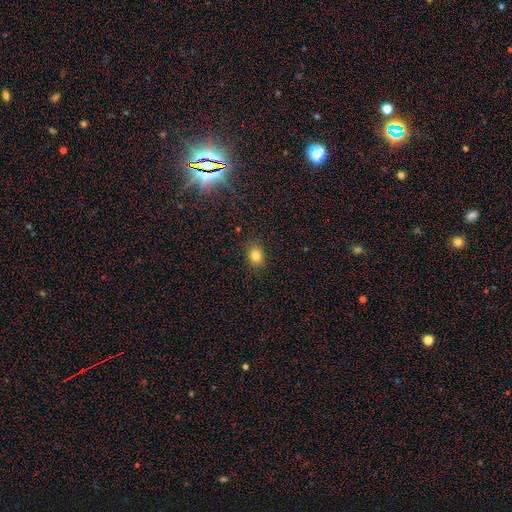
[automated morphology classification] A smooth galaxy with no disk features (81%) that is in between round and cigar-shaped (52%).

Vote fractions:
- Smooth or featured? smooth: 81% / star or artifact: 12% / featured or disk: 7%
- How rounded? in between: 52% / round: 47% / cigar-shaped: 1%
- Merging? none: 86% / minor disturbance: 10% / major disturbance: 3% / merger: 1%